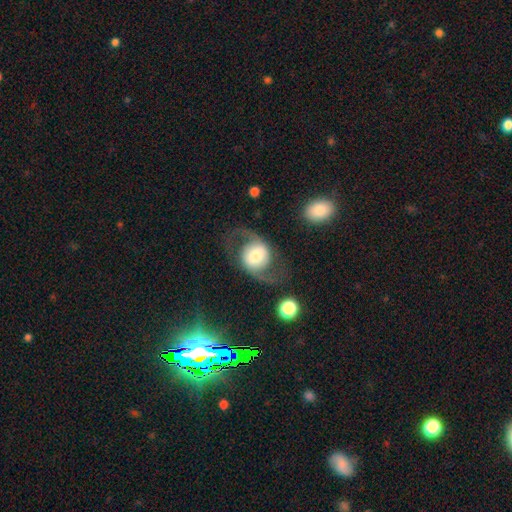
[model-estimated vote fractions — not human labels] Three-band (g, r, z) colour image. It shows a featured or disk galaxy (71%) with no bar (48%), 2 (92%) loose (52%) spiral arms (84%) and a moderate central bulge (45%). Merging: none (70%).